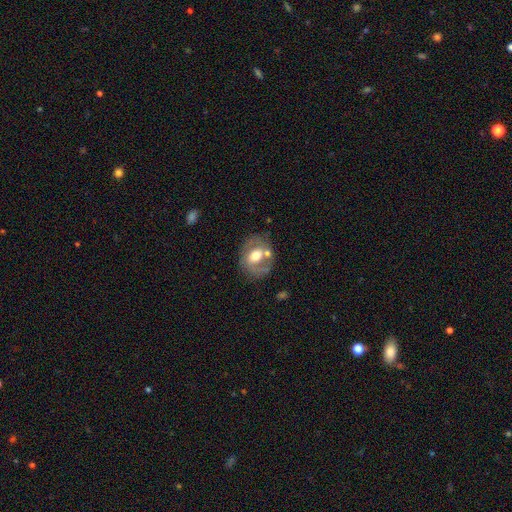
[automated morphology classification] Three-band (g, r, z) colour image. It shows a featured or disk galaxy (53%) with no bar (56%), no spiral arms (56%) and a moderate central bulge (64%). Merging: none (59%).